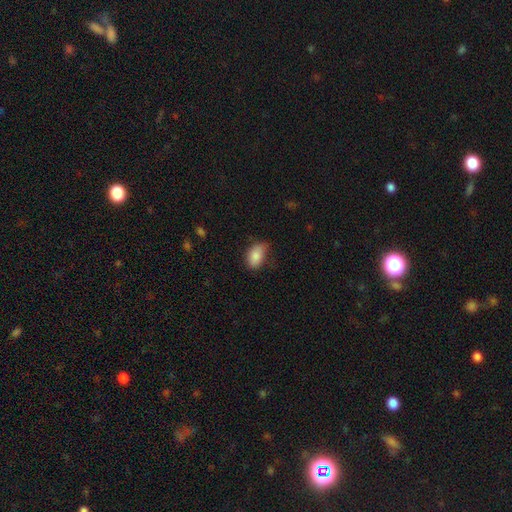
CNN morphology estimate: A smooth galaxy with no disk features (86%) that is in between round and cigar-shaped (90%). Merging: none (58%).